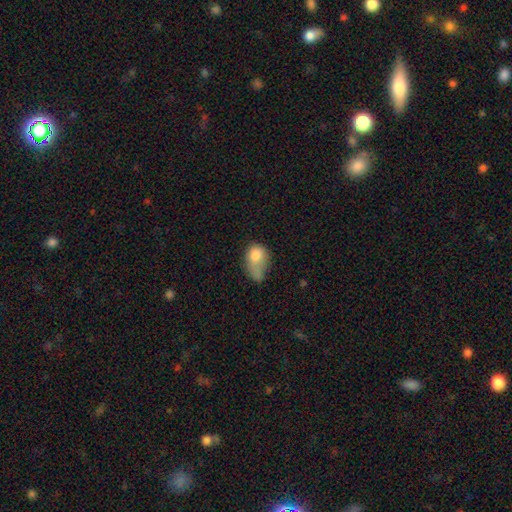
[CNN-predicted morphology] A smooth galaxy with no disk features (73%) that is in between round and cigar-shaped (71%).

Vote fractions:
- Smooth or featured? smooth: 73% / featured or disk: 17% / star or artifact: 9%
- How rounded? in between: 71% / round: 28% / cigar-shaped: 2%
- Merging? major disturbance: 43% / minor disturbance: 24% / merger: 17% / none: 16%